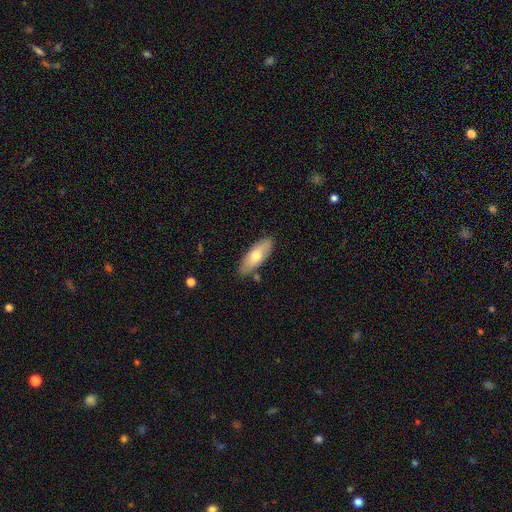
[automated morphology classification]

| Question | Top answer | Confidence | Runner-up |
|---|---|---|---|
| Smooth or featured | smooth | 66% | featured or disk (28%) |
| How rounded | in between | 75% | cigar-shaped (22%) |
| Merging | none | 83% | minor disturbance (12%) |